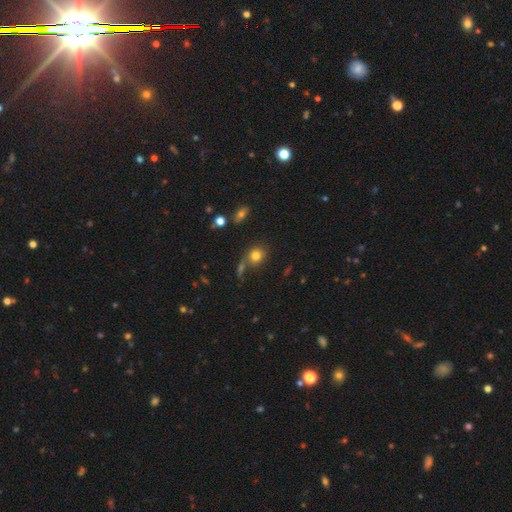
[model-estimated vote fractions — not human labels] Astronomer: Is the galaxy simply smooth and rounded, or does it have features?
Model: smooth — 78%.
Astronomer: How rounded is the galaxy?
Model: round — 69%.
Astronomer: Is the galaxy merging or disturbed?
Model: none — 61%.